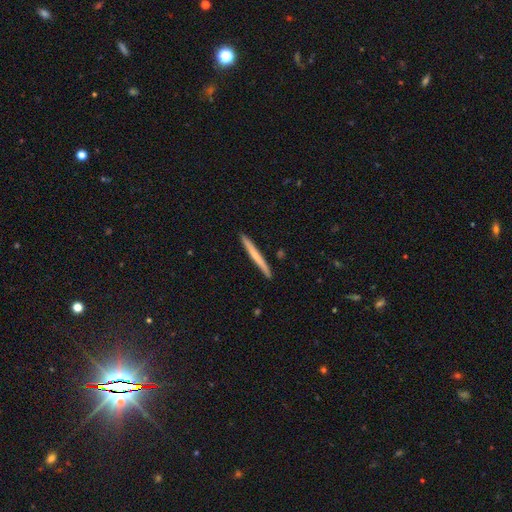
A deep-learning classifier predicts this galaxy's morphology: Smooth or featured?
  - smooth: 56% *
  - featured or disk: 39%
  - star or artifact: 5%
How rounded?
  - cigar-shaped: 97% *
  - in between: 2%
  - round: 1%
Merging?
  - none: 92% *
  - minor disturbance: 6%
  - merger: 1%
  - major disturbance: 1%